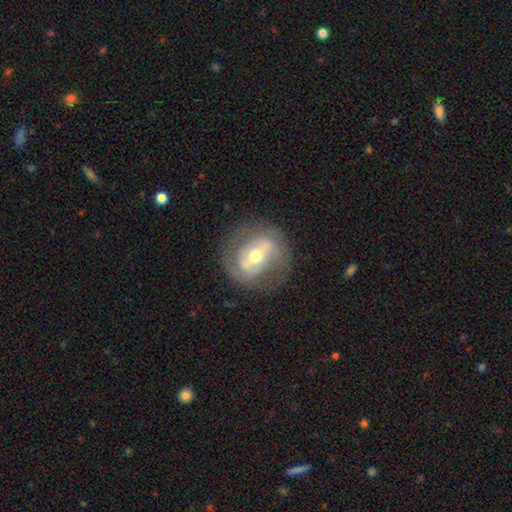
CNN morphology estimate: smooth_or_featured: featured or disk (p=0.74) [alt: smooth p=0.19]
disk_edge_on: no (p=0.92) [alt: yes p=0.08]
bar: strong (p=0.52) [alt: weak p=0.32]
has_spiral_arms: yes (p=0.62) [alt: no p=0.38]
bulge_size: moderate (p=0.64) [alt: small p=0.30]
merging: none (p=0.73) [alt: minor disturbance p=0.16]